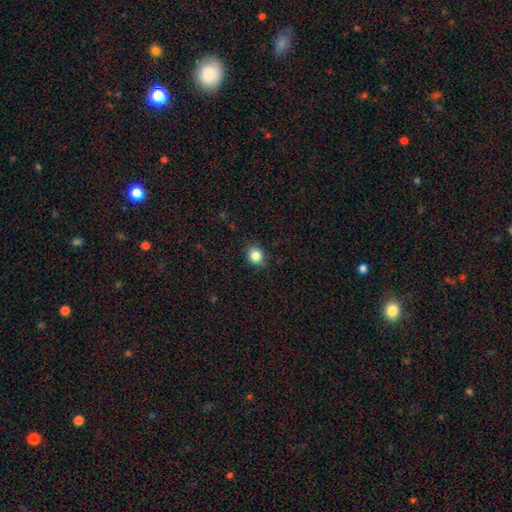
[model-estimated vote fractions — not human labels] This appears to be a smooth galaxy with no disk features (84%) that is round (59%). Merging: none (87%).